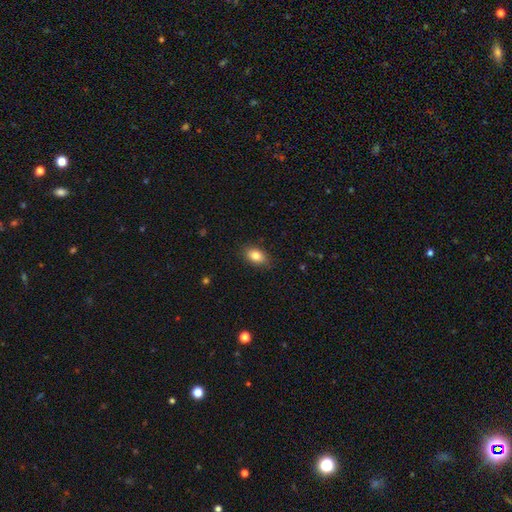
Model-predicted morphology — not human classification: A smooth galaxy with no disk features (84%) that is in between round and cigar-shaped (88%). Merging: none (86%).